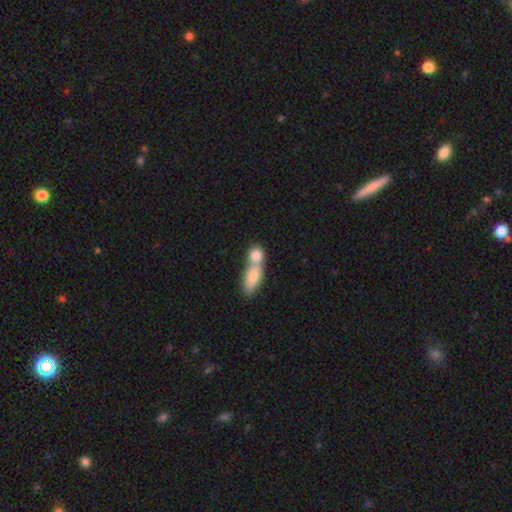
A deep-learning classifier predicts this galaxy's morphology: smooth_or_featured: smooth (p=0.81) [alt: featured or disk p=0.12]
how_rounded: in between (p=0.50) [alt: round p=0.40]
merging: merger (p=0.63) [alt: none p=0.27]